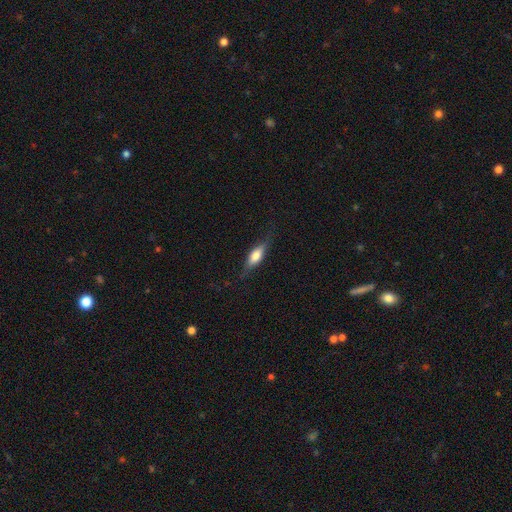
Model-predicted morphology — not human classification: A smooth galaxy with no disk features (60%) that is in between round and cigar-shaped (57%).

Vote fractions:
- Smooth or featured? smooth: 60% / featured or disk: 33% / star or artifact: 7%
- How rounded? in between: 57% / cigar-shaped: 39% / round: 4%
- Merging? none: 77% / minor disturbance: 17% / major disturbance: 5% / merger: 1%